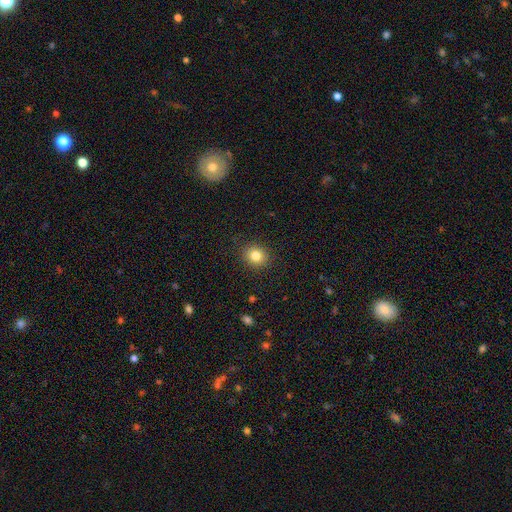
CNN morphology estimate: Q: Smooth or featured?
A: smooth (82%); runner-up: star or artifact (11%)
Q: How rounded?
A: round (80%); runner-up: in between (19%)
Q: Merging?
A: none (90%); runner-up: minor disturbance (7%)